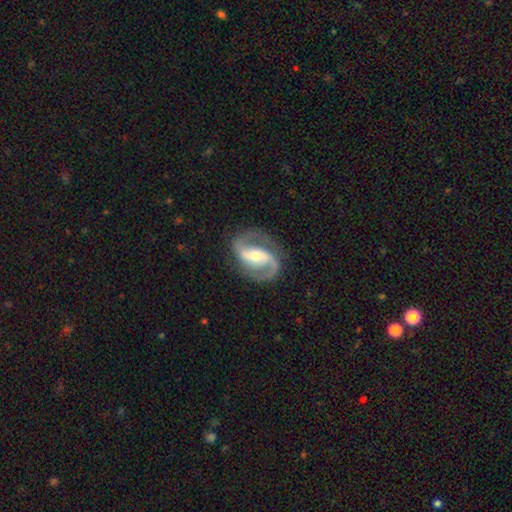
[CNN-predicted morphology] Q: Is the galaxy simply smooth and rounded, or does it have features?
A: featured or disk — 92%.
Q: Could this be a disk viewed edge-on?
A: no — 98%.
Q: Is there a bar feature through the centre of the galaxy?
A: strong — 44%.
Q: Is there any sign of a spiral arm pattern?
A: yes — 97%.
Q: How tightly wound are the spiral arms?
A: medium — 58%.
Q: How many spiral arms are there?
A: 2 — 94%.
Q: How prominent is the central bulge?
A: moderate — 59%.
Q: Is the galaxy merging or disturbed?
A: none — 84%.